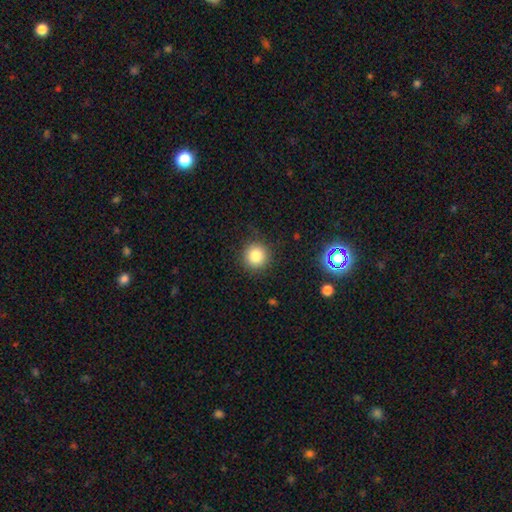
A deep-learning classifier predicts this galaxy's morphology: smooth-or-featured: smooth: 82% | star or artifact: 11% | featured or disk: 6%
  how-rounded: round: 94% | in between: 5% | cigar-shaped: 1%
  merging: none: 87% | minor disturbance: 9% | major disturbance: 3% | merger: 1%